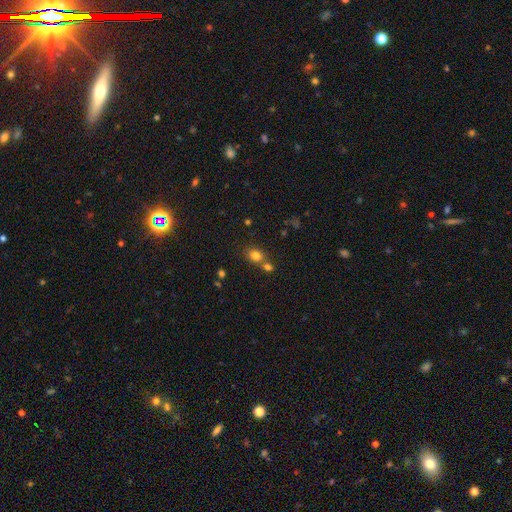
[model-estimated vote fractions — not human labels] Smooth or featured: smooth — 80% (star or artifact — 13%)
How rounded: round — 56% (in between — 43%)
Merging: none — 58% (merger — 29%)